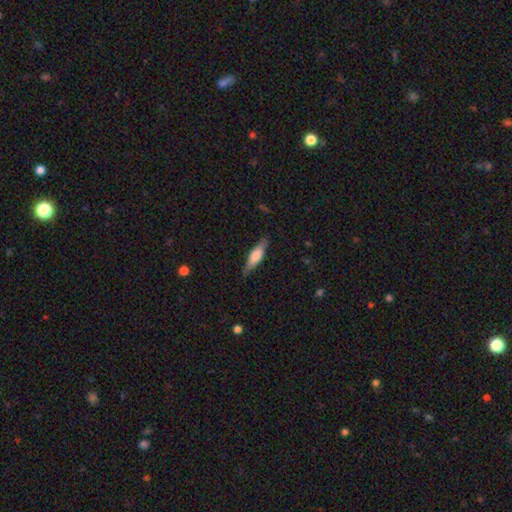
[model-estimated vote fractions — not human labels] Overall: smooth (58%; featured or disk 36%). How rounded: cigar-shaped (61%; in between 36%). Merging: none (82%).